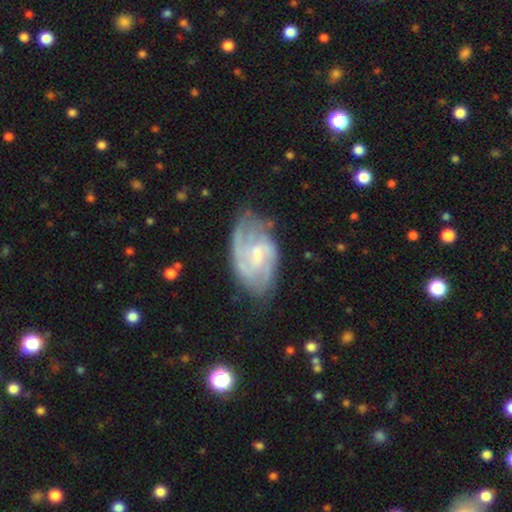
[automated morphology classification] type=featured or disk (80%); edge-on=no (97%); bar=weak (55%); spiral arms=yes (92%); winding=tight (45%); arm count=2 (42%); bulge=small (41%); merging=none (63%).